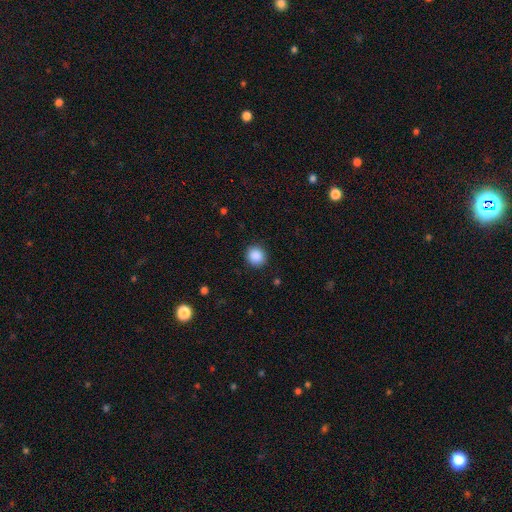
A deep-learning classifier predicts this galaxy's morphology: Q: Smooth or featured?
A: smooth (88%); runner-up: star or artifact (9%)
Q: How rounded?
A: round (87%); runner-up: in between (12%)
Q: Merging?
A: none (90%); runner-up: minor disturbance (7%)